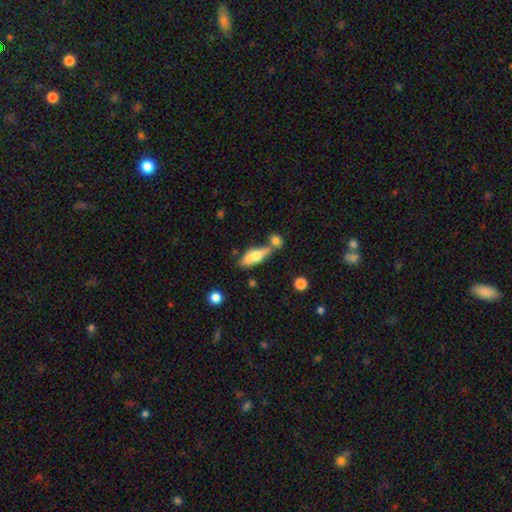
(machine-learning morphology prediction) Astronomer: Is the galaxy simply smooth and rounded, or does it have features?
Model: smooth — 55% (runner-up: featured or disk, 39%).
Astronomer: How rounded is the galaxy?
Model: in between — 55% (runner-up: cigar-shaped, 42%).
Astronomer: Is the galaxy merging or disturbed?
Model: none — 51% (runner-up: merger, 29%).